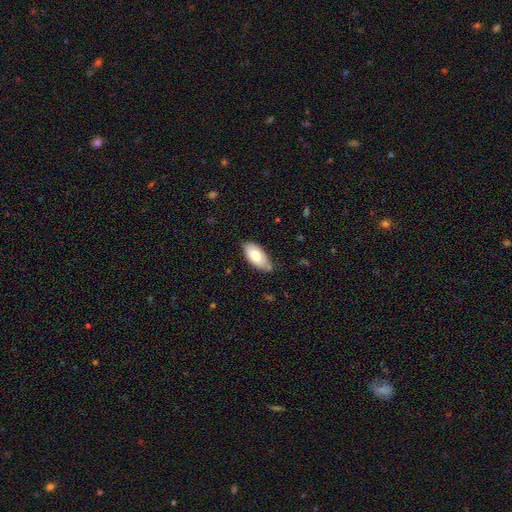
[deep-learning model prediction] A smooth galaxy with no disk features (75%) that is in between round and cigar-shaped (94%).

Vote fractions:
- Smooth or featured? smooth: 75% / featured or disk: 18% / star or artifact: 6%
- How rounded? in between: 94% / cigar-shaped: 4% / round: 2%
- Merging? none: 71% / minor disturbance: 23% / major disturbance: 3% / merger: 2%